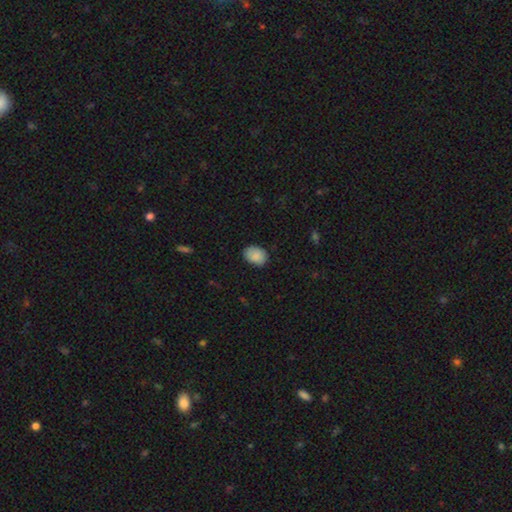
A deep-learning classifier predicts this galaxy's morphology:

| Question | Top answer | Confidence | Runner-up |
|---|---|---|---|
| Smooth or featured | smooth | 88% | star or artifact (7%) |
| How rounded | in between | 68% | round (31%) |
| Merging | none | 81% | minor disturbance (16%) |